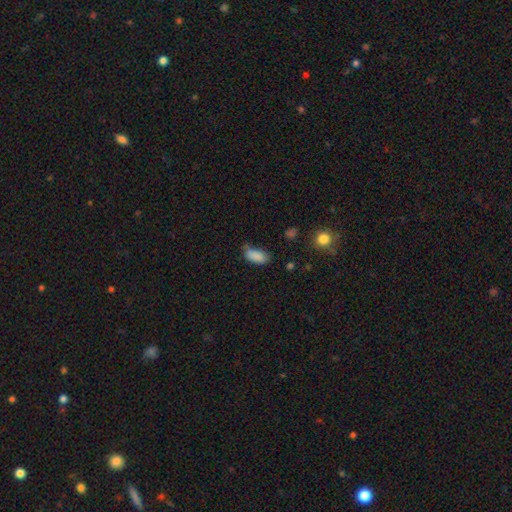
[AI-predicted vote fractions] Smooth or featured?
  - smooth: 87% *
  - star or artifact: 9%
  - featured or disk: 5%
How rounded?
  - in between: 90% *
  - cigar-shaped: 7%
  - round: 3%
Merging?
  - none: 61% *
  - minor disturbance: 29%
  - major disturbance: 7%
  - merger: 3%